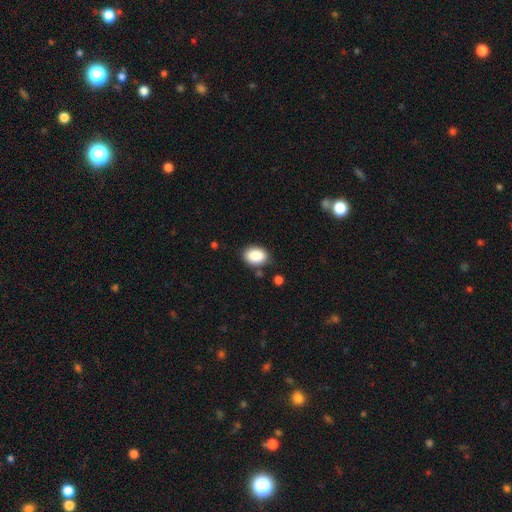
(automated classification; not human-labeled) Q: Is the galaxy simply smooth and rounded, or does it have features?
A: smooth — 89%.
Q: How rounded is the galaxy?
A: in between — 76%.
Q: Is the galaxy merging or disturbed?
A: none — 80%.